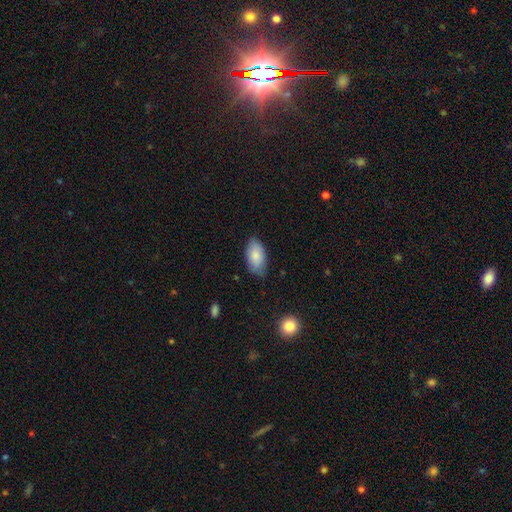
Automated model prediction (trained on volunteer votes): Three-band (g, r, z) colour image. It shows a smooth galaxy with no disk features (83%) that is in between round and cigar-shaped (94%). Merging: none (74%).